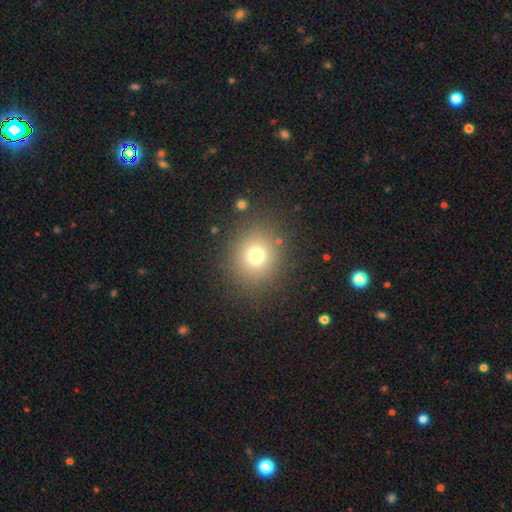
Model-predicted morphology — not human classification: smooth_or_featured: smooth (p=0.71) [alt: star or artifact p=0.18]
how_rounded: round (p=0.87) [alt: in between p=0.12]
merging: none (p=0.85) [alt: minor disturbance p=0.08]